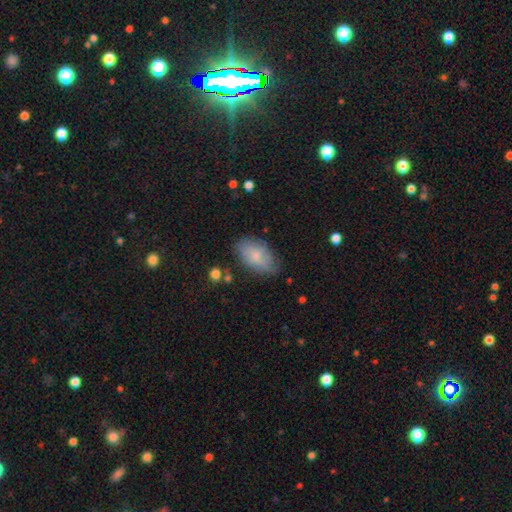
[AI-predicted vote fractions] The model was most divided on "merging": none: 71%, minor disturbance: 22%, major disturbance: 5%, merger: 2%. More confident: how rounded — in between (93%); smooth or featured — smooth (74%).